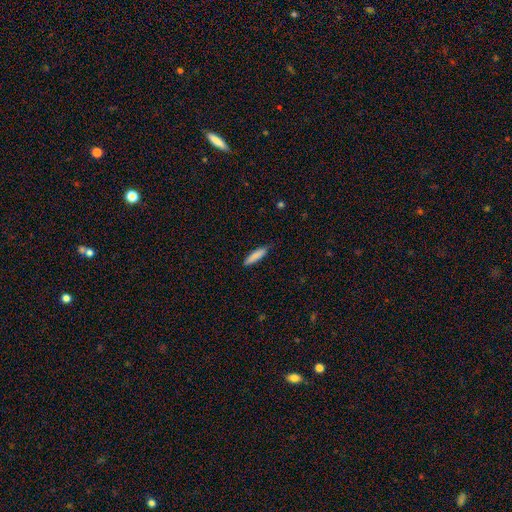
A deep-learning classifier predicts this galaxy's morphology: The model was most divided on "how rounded": cigar-shaped: 76%, in between: 23%, round: 1%. More confident: smooth or featured — smooth (86%); merging — none (81%).